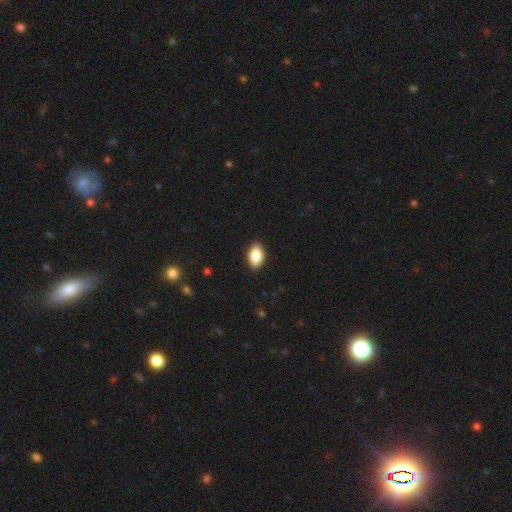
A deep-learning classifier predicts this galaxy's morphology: Smooth or featured? smooth (85%)
How rounded? in between (91%)
Merging? none (88%)